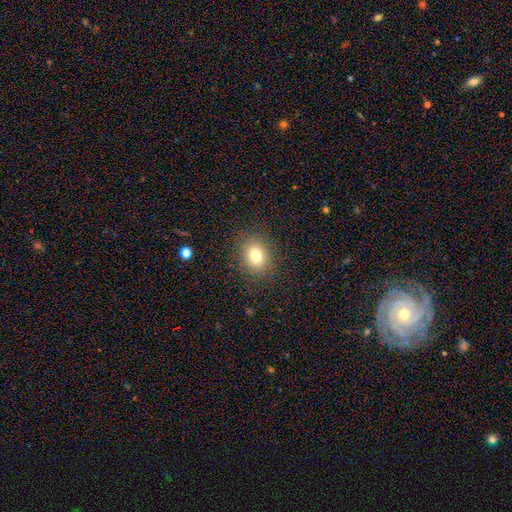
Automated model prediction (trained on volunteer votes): A smooth galaxy with no disk features (78%) that is round (57%). Merging: none (87%).